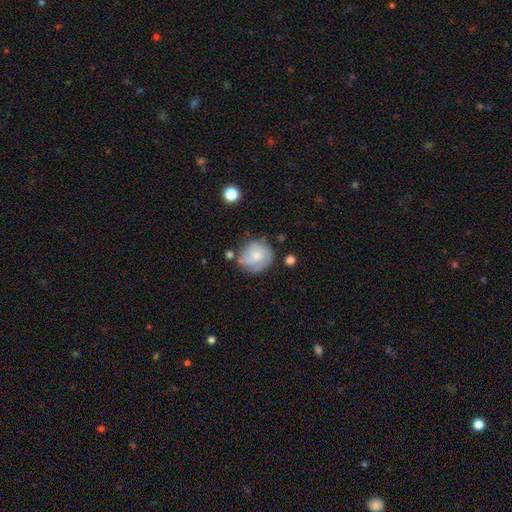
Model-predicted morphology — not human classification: Smooth or featured? Predicted: smooth (p=0.62). How rounded? Predicted: round (p=0.86). Merging? Predicted: none (p=0.59).